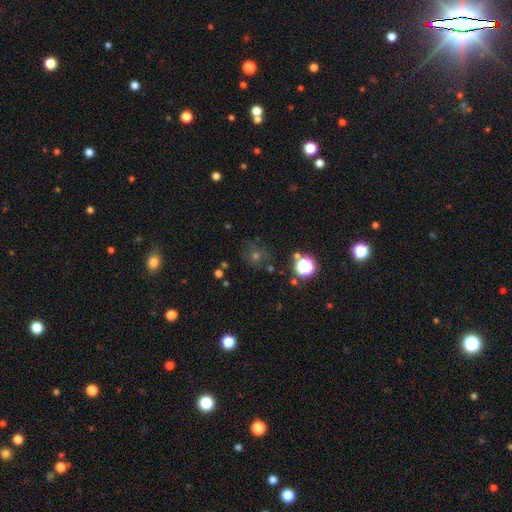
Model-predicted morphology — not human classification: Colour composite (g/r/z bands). It shows a star or artifact, not a galaxy (43%).